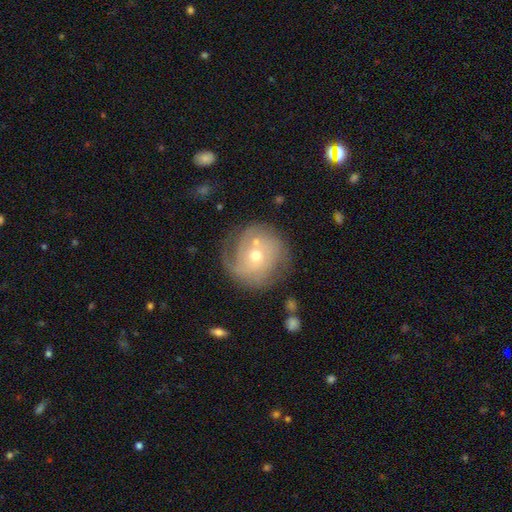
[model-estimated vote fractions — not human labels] Q: Smooth or featured?
A: featured or disk (68%); runner-up: smooth (23%)
Q: Edge-on disk?
A: no (97%); runner-up: yes (3%)
Q: Bar?
A: no (79%); runner-up: weak (18%)
Q: Spiral arms?
A: yes (85%); runner-up: no (15%)
Q: Spiral winding?
A: tight (50%); runner-up: medium (33%)
Q: Spiral arm count?
A: can't tell (30%); runner-up: 2 (29%)
Q: Bulge size?
A: moderate (49%); runner-up: small (47%)
Q: Merging?
A: none (61%); runner-up: minor disturbance (18%)